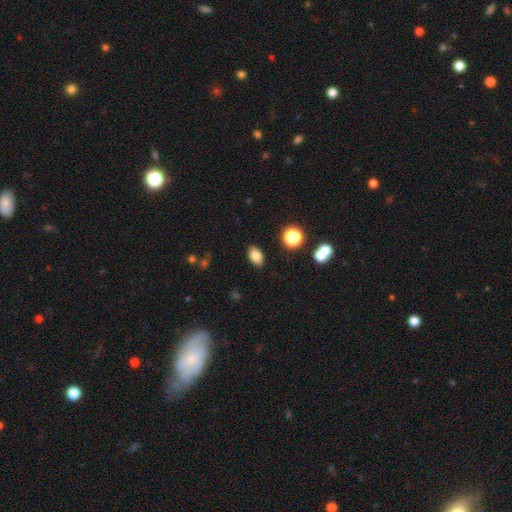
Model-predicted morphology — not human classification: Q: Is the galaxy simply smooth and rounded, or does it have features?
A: smooth — 81%.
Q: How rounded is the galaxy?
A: in between — 87%.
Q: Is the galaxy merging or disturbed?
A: none — 88%.